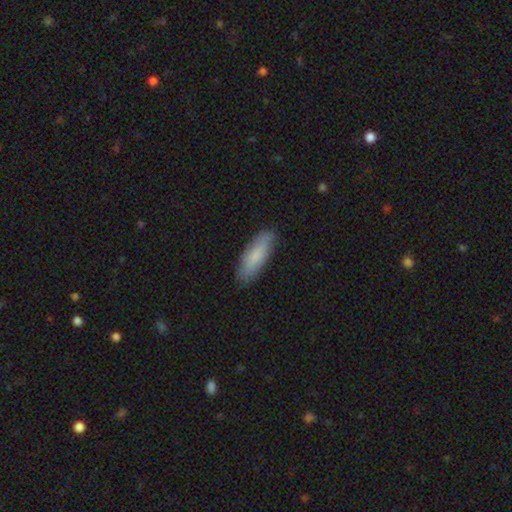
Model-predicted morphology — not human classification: A smooth galaxy with no disk features (80%) that is in between round and cigar-shaped (52%). Merging: none (85%).